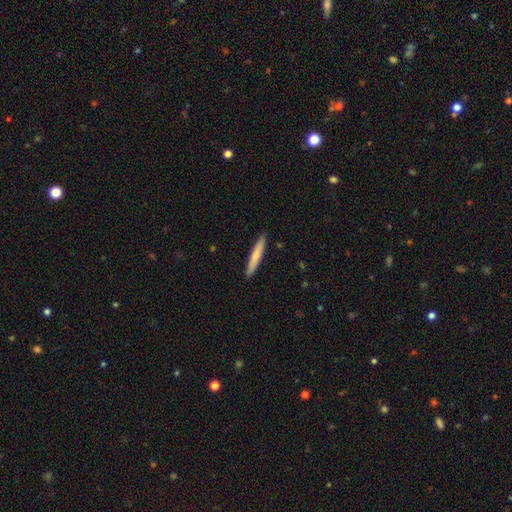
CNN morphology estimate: Q: Smooth or featured?
A: smooth (73%); runner-up: featured or disk (22%)
Q: How rounded?
A: cigar-shaped (95%); runner-up: in between (4%)
Q: Merging?
A: none (91%); runner-up: minor disturbance (7%)